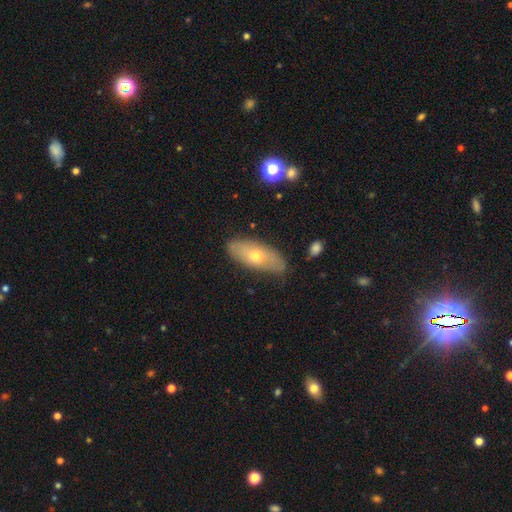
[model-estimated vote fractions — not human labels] Morphology: type=smooth (54%); roundness=in between (75%); merging=none (79%).